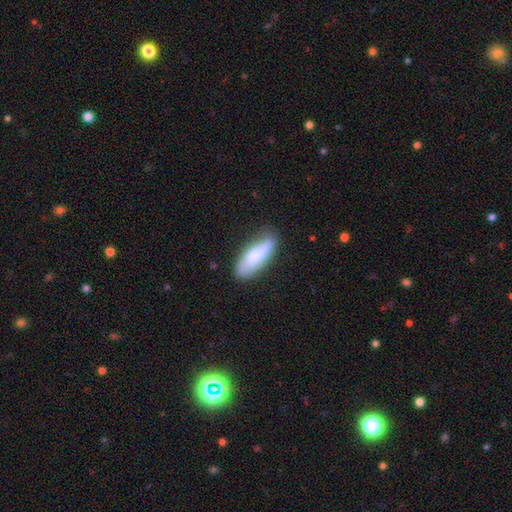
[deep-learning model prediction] smooth_or_featured: smooth (p=0.74) [alt: featured or disk p=0.20]
how_rounded: in between (p=0.66) [alt: cigar-shaped p=0.32]
merging: none (p=0.70) [alt: minor disturbance p=0.23]